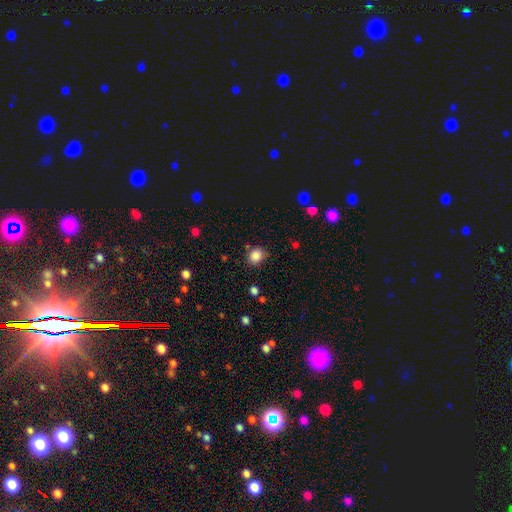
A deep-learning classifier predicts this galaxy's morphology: Smooth or featured?
  - smooth: 85% *
  - star or artifact: 10%
  - featured or disk: 4%
How rounded?
  - round: 66% *
  - in between: 33%
  - cigar-shaped: 1%
Merging?
  - none: 79% *
  - minor disturbance: 15%
  - major disturbance: 4%
  - merger: 3%